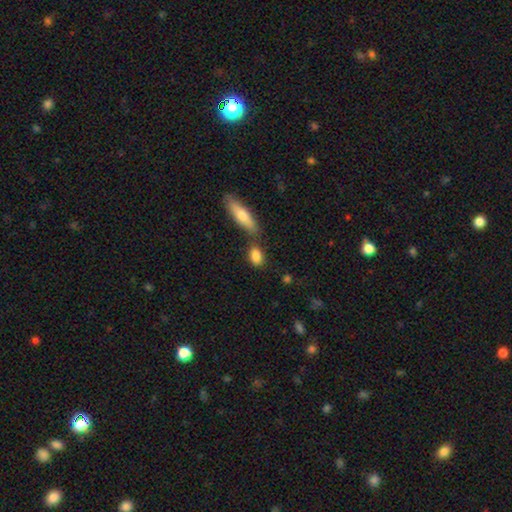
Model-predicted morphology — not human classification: This appears to be a smooth galaxy with no disk features (84%) that is in between round and cigar-shaped (78%). Merging: none (65%).